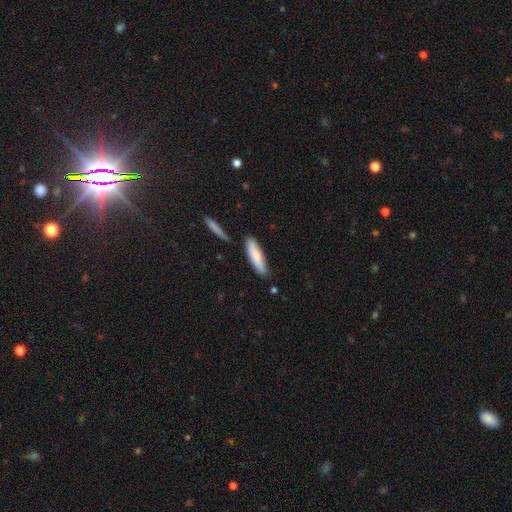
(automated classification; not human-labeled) A smooth galaxy with no disk features (78%) that is cigar-shaped (65%). Merging: none (78%).